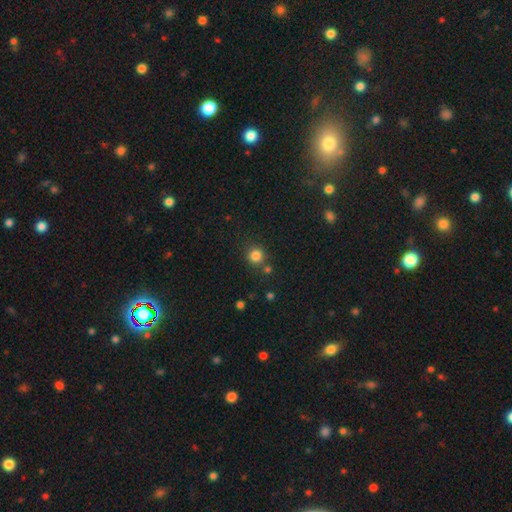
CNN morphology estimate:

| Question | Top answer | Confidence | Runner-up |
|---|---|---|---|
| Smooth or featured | smooth | 83% | star or artifact (13%) |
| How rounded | round | 91% | in between (8%) |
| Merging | none | 78% | merger (10%) |